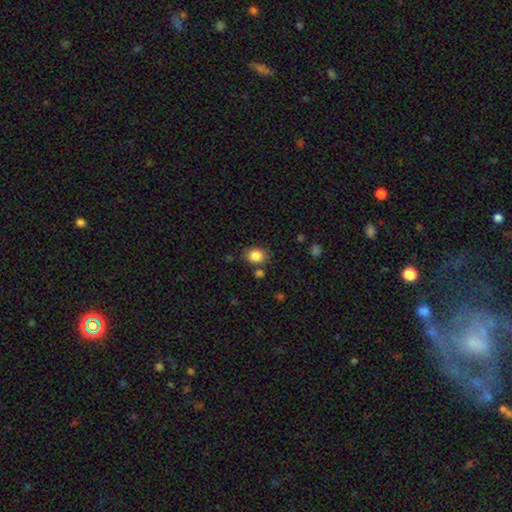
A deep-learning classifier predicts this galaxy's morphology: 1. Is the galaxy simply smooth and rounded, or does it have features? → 85% smooth, 9% star or artifact, 6% featured or disk.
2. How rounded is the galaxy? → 55% in between, 44% round, 1% cigar-shaped.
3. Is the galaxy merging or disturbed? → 76% none, 14% minor disturbance, 6% merger, 4% major disturbance.